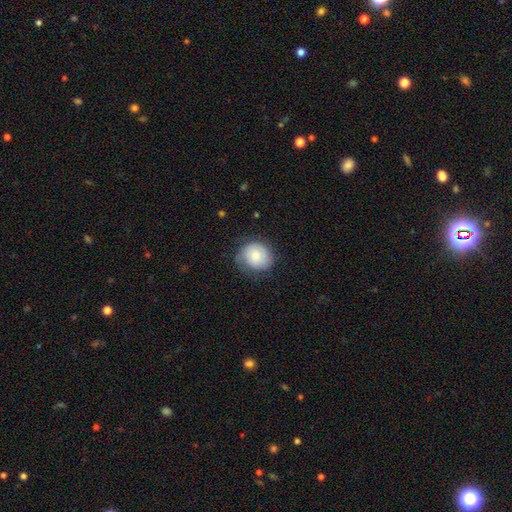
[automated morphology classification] This appears to be a smooth galaxy with no disk features (76%) that is round (81%). Merging: none (68%).